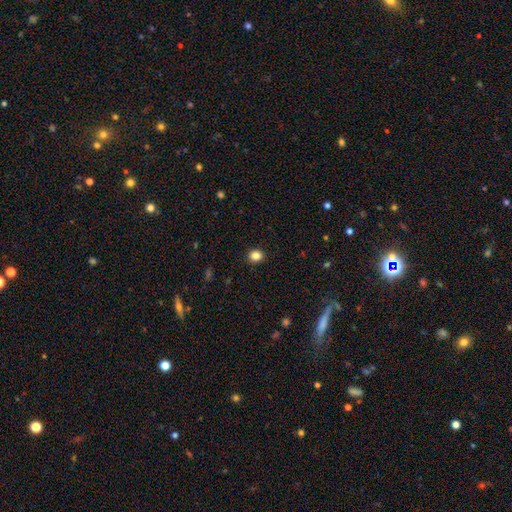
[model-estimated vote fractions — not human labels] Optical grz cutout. It shows a smooth galaxy with no disk features (84%) that is round (75%). Merging: none (91%).